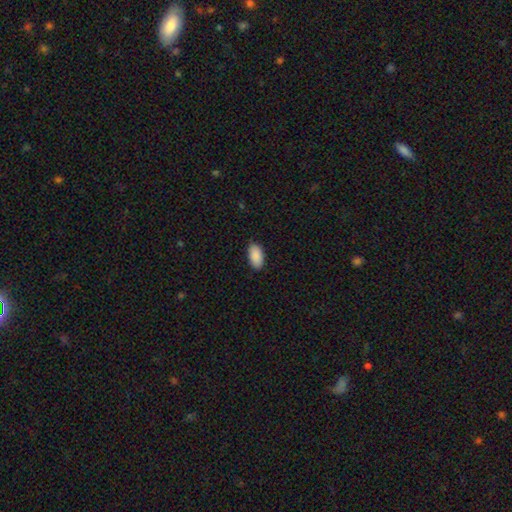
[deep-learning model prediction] Smooth or featured?
  - smooth: 90% *
  - star or artifact: 6%
  - featured or disk: 3%
How rounded?
  - in between: 95% *
  - round: 3%
  - cigar-shaped: 3%
Merging?
  - none: 86% *
  - minor disturbance: 11%
  - major disturbance: 2%
  - merger: 1%